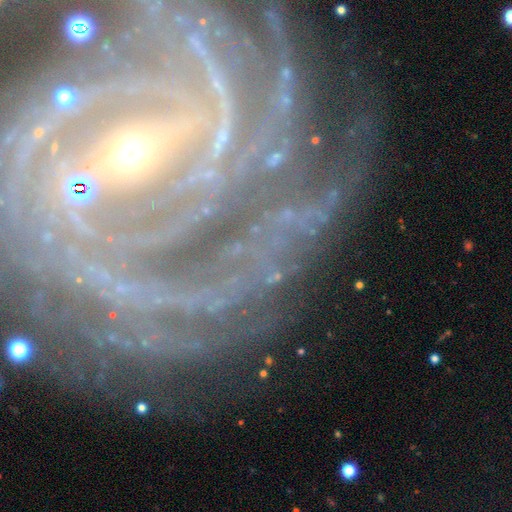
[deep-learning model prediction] Smooth or featured?
  - featured or disk: 89% *
  - star or artifact: 7%
  - smooth: 4%
Edge-on disk?
  - no: 96% *
  - yes: 4%
Bar?
  - strong: 51% *
  - weak: 28%
  - no: 21%
Spiral arms?
  - yes: 98% *
  - no: 2%
Spiral winding?
  - tight: 76% *
  - medium: 20%
  - loose: 4%
Spiral arm count?
  - 4: 21% *
  - more than 4: 18%
  - can't tell: 18%
  - 3: 17%
  - 2: 17%
  - 1: 10%
Bulge size?
  - small: 75% *
  - moderate: 21%
  - large: 2%
  - none: 1%
  - dominant: 1%
Merging?
  - none: 73% *
  - minor disturbance: 15%
  - major disturbance: 9%
  - merger: 3%